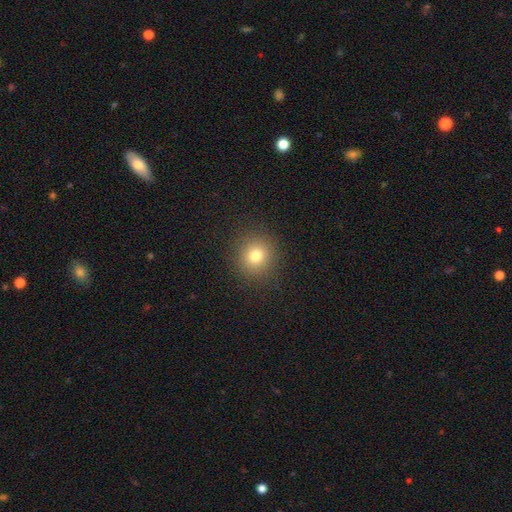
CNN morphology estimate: Smooth or featured? smooth (78%)
How rounded? round (88%)
Merging? none (90%)